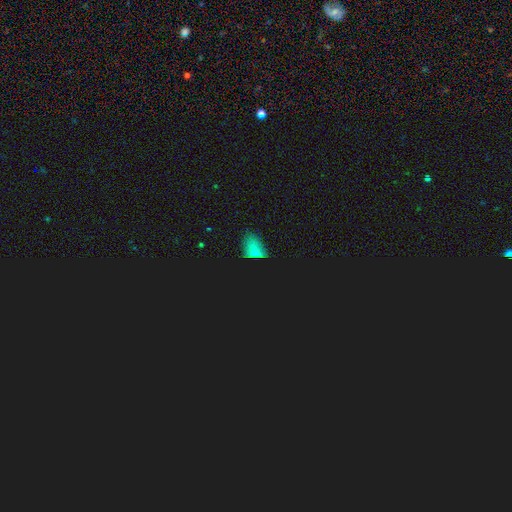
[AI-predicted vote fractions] This is possibly a star or artifact rather than a galaxy (56%).